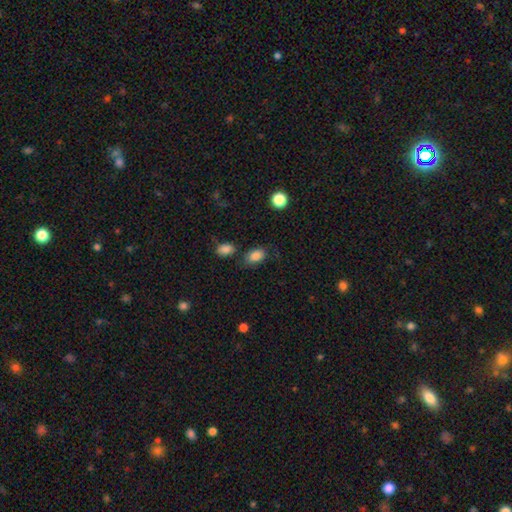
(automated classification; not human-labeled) Smooth or featured?
  - smooth: 86% *
  - star or artifact: 9%
  - featured or disk: 5%
How rounded?
  - in between: 86% *
  - round: 12%
  - cigar-shaped: 1%
Merging?
  - none: 70% *
  - minor disturbance: 18%
  - merger: 6%
  - major disturbance: 5%